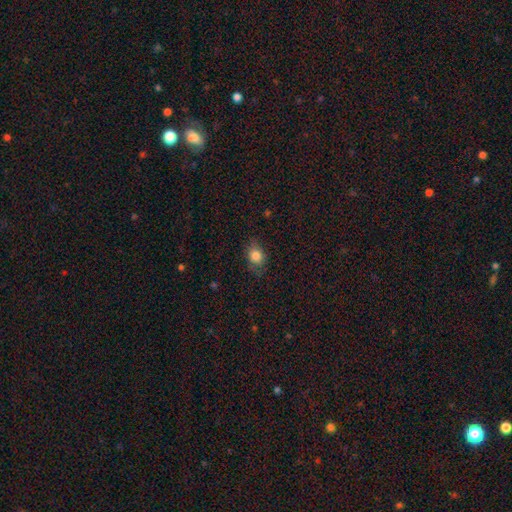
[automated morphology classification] Smooth or featured?
  - smooth: 81% *
  - star or artifact: 10%
  - featured or disk: 9%
How rounded?
  - in between: 55% *
  - round: 44%
  - cigar-shaped: 2%
Merging?
  - none: 73% *
  - minor disturbance: 20%
  - major disturbance: 5%
  - merger: 1%